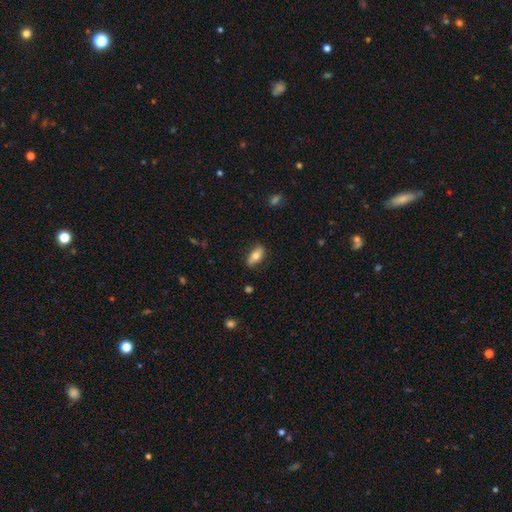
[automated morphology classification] The model was most divided on "smooth or featured": smooth: 70%, featured or disk: 24%, star or artifact: 7%. More confident: merging — none (81%); how rounded — in between (80%).